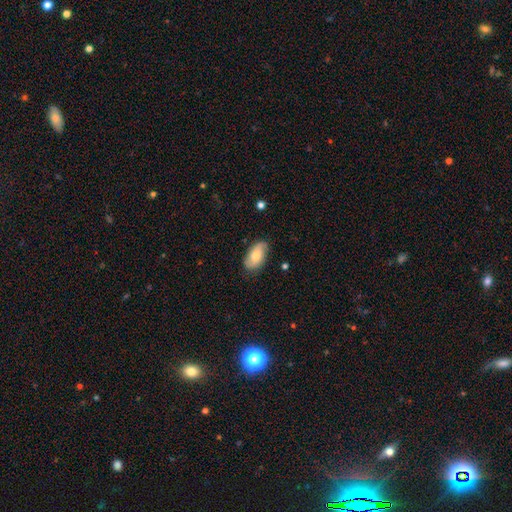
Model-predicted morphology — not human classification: Q: Smooth or featured?
A: smooth (56%); runner-up: featured or disk (37%)
Q: How rounded?
A: in between (92%); runner-up: round (4%)
Q: Merging?
A: none (77%); runner-up: minor disturbance (18%)